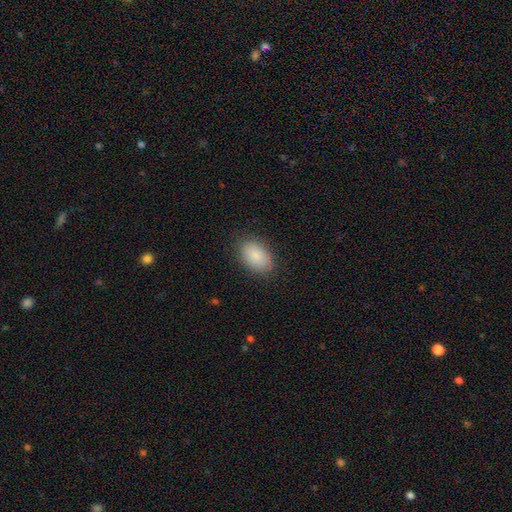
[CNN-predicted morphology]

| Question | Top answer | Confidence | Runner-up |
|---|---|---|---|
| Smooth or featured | smooth | 87% | star or artifact (7%) |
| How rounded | in between | 90% | round (9%) |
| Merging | none | 85% | minor disturbance (11%) |